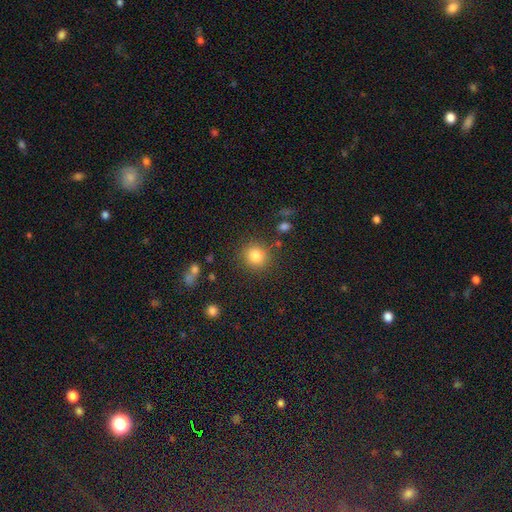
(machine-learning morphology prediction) Overall: smooth (82%). How rounded: round (91%). Merging: none (85%).